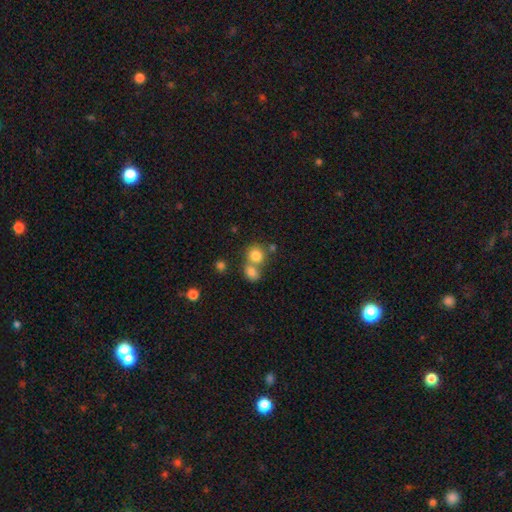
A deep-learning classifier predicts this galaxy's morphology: Q: Smooth or featured?
A: smooth (80%); runner-up: star or artifact (12%)
Q: How rounded?
A: round (81%); runner-up: in between (18%)
Q: Merging?
A: none (46%); runner-up: merger (43%)